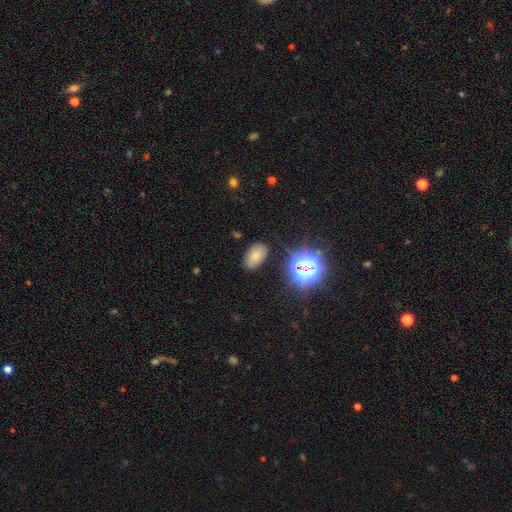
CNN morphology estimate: Smooth or featured?
  - smooth: 67% *
  - star or artifact: 21%
  - featured or disk: 13%
How rounded?
  - in between: 88% *
  - round: 10%
  - cigar-shaped: 1%
Merging?
  - none: 82% *
  - minor disturbance: 12%
  - major disturbance: 4%
  - merger: 2%